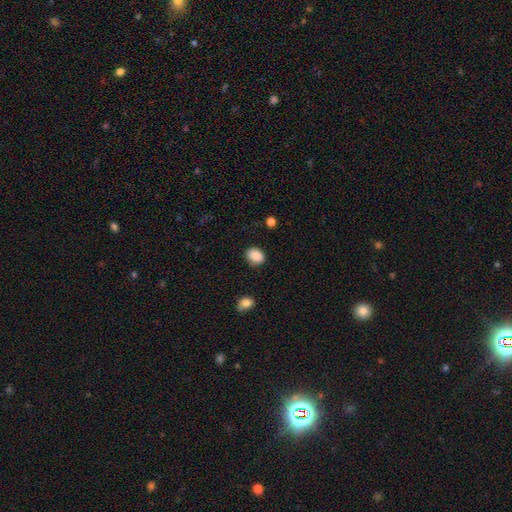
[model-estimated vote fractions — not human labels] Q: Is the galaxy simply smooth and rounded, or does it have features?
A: smooth — 88%.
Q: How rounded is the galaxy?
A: in between — 62%.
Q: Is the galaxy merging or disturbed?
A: none — 83%.